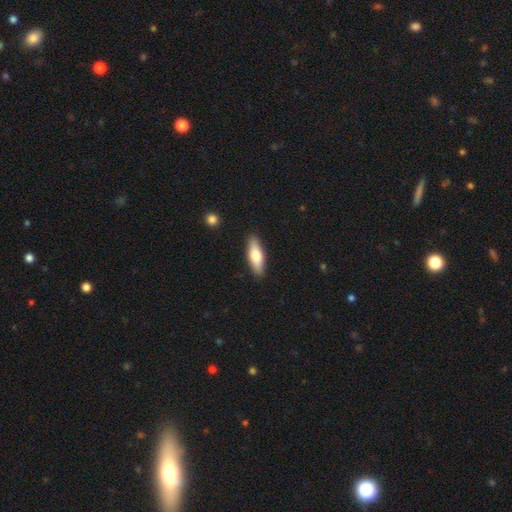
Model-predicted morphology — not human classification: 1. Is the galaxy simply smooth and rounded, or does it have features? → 66% smooth, 29% featured or disk, 5% star or artifact.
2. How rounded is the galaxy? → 49% in between (tied), 49% cigar-shaped (tied), 2% round.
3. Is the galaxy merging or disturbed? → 89% none, 8% minor disturbance, 2% major disturbance, 1% merger.